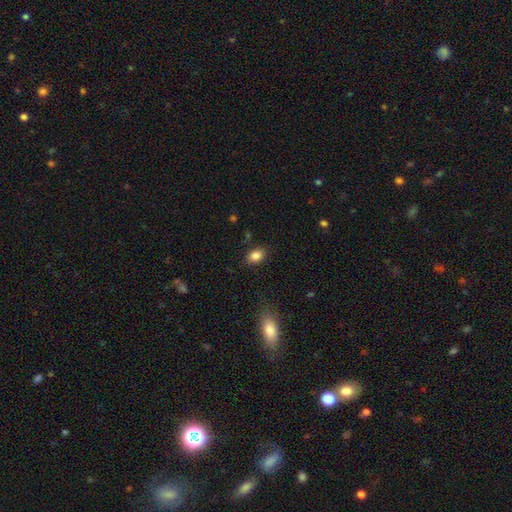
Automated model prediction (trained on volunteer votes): Morphology: type=smooth (84%); roundness=in between (75%); merging=none (84%).